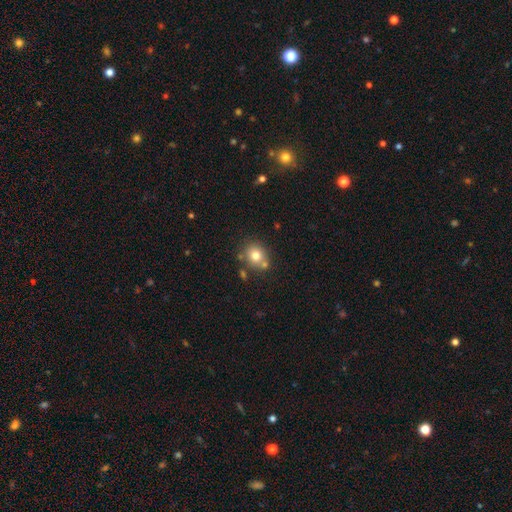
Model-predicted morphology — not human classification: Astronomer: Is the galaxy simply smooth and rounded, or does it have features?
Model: smooth — 76%.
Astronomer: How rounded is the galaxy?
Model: round — 77%.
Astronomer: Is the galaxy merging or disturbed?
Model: none — 67%.